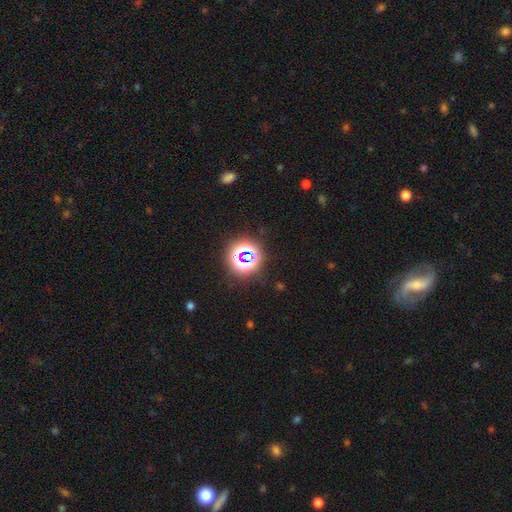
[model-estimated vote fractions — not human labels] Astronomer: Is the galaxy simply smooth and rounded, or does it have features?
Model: star or artifact — 70%.